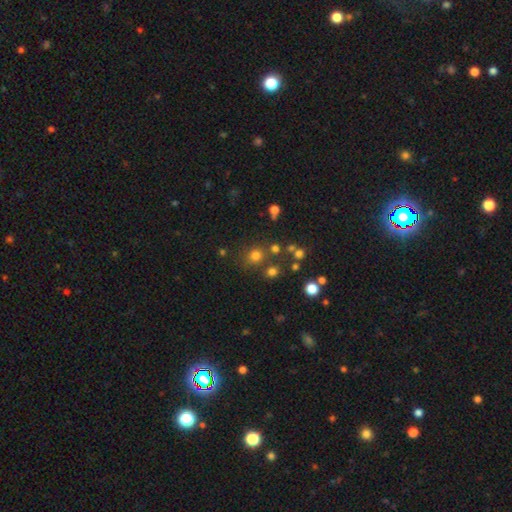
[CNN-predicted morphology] smooth-or-featured: smooth: 73% | star or artifact: 20% | featured or disk: 7%
  how-rounded: round: 85% | in between: 14% | cigar-shaped: 1%
  merging: none: 76% | merger: 11% | minor disturbance: 10% | major disturbance: 4%